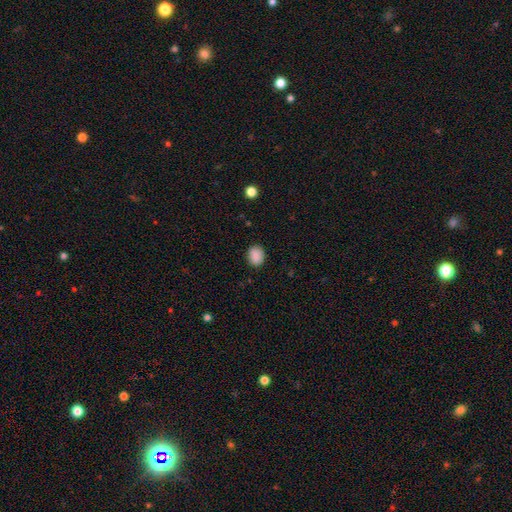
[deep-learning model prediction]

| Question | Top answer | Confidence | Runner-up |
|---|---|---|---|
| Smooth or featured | smooth | 88% | star or artifact (9%) |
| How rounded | in between | 51% | round (48%) |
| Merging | none | 86% | minor disturbance (10%) |